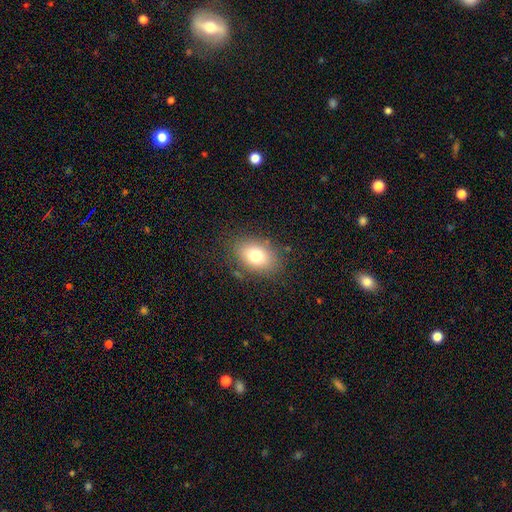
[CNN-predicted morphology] Smooth or featured? smooth (77%)
How rounded? in between (79%)
Merging? none (81%)